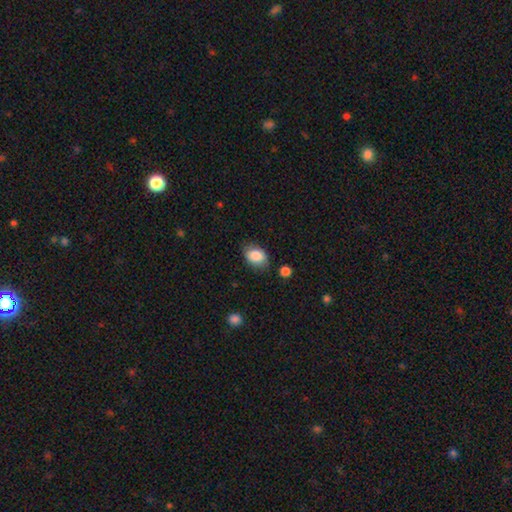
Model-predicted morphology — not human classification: A smooth galaxy with no disk features (86%) that is in between round and cigar-shaped (81%). Merging: none (77%).